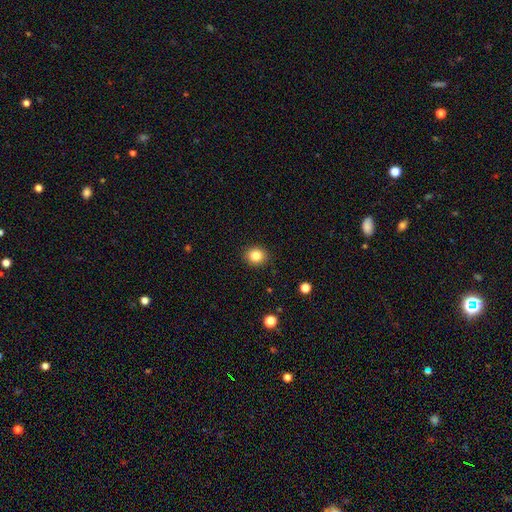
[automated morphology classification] smooth_or_featured: smooth (p=0.84) [alt: star or artifact p=0.11]
how_rounded: round (p=0.76) [alt: in between p=0.23]
merging: none (p=0.91) [alt: minor disturbance p=0.06]